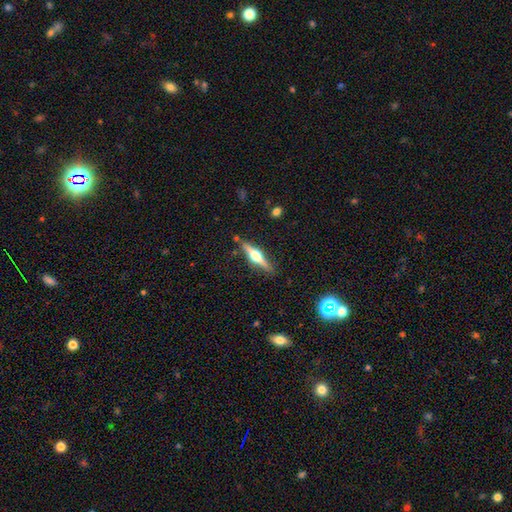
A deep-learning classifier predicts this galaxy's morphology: A featured or disk galaxy (69%) viewed edge-on (97%) with a rounded central bulge (95%). Merging: none (86%).